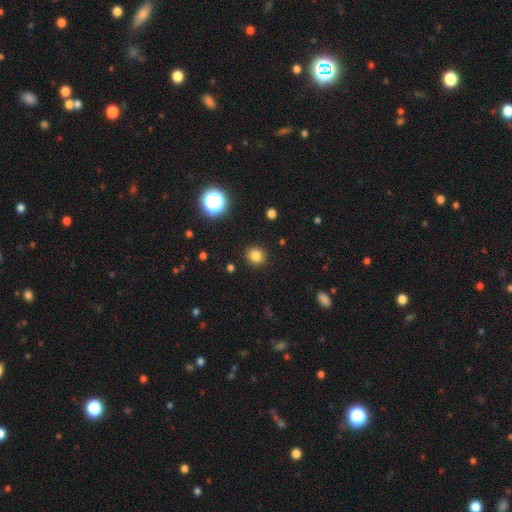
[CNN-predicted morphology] This appears to be a smooth galaxy with no disk features (81%) that is round (90%). Merging: none (91%).